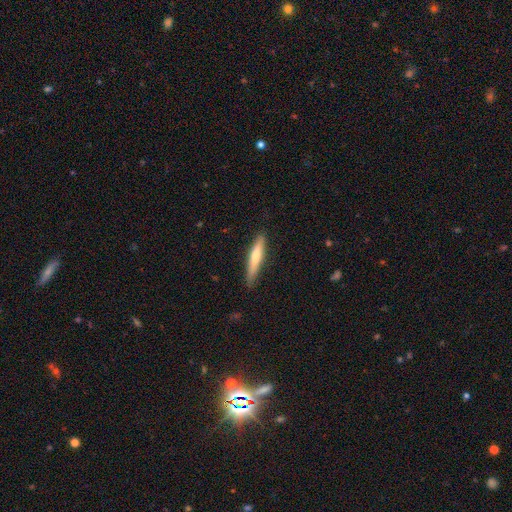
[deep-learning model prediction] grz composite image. It shows a smooth galaxy with no disk features (55%) that is cigar-shaped (90%). Merging: none (85%).